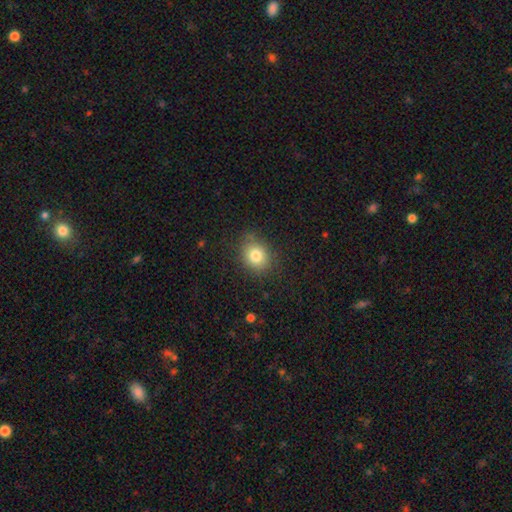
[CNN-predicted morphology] smooth 80%, star or artifact 11%, featured or disk 9%. Down the decision tree: how rounded — round (60%); merging — none (80%).